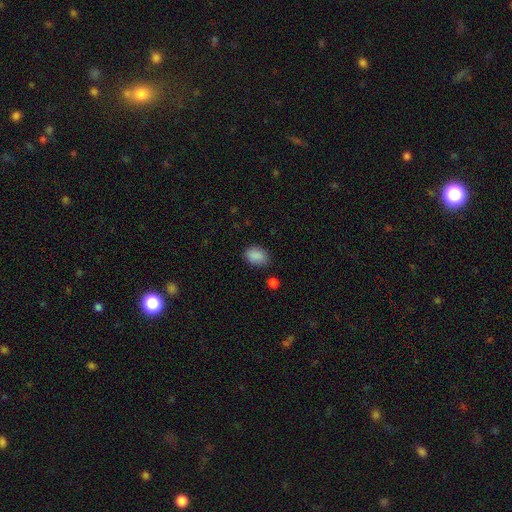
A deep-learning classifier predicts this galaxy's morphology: A smooth galaxy with no disk features (89%) that is in between round and cigar-shaped (80%).

Vote fractions:
- Smooth or featured? smooth: 89% / star or artifact: 8% / featured or disk: 3%
- How rounded? in between: 80% / round: 19% / cigar-shaped: 1%
- Merging? none: 80% / minor disturbance: 14% / major disturbance: 3% / merger: 2%